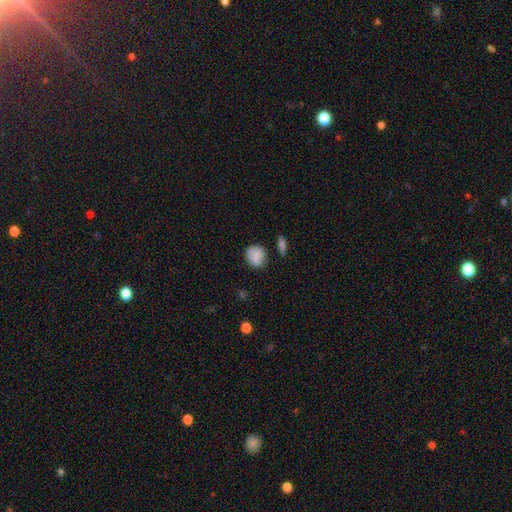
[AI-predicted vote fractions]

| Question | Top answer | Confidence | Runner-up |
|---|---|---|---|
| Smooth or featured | smooth | 82% | featured or disk (10%) |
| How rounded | round | 73% | in between (26%) |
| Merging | none | 68% | minor disturbance (22%) |